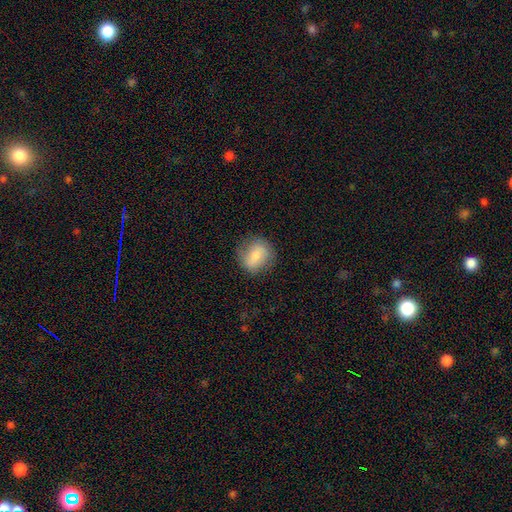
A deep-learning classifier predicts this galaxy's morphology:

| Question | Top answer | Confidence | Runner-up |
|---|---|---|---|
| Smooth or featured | smooth | 74% | featured or disk (19%) |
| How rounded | round | 68% | in between (30%) |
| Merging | none | 75% | minor disturbance (17%) |